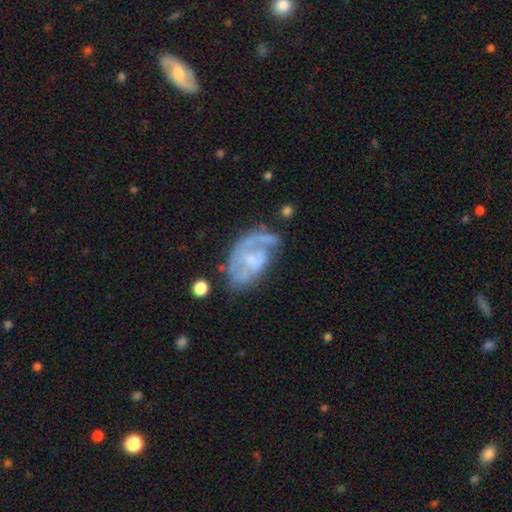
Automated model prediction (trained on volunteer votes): Smooth or featured? Predicted: featured or disk (p=0.75). Edge-on disk? Predicted: no (p=0.96). Bar? Predicted: no (p=0.56). Spiral arms? Predicted: yes (p=0.85). Spiral winding? Predicted: medium (p=0.41). Spiral arm count? Predicted: 2 (p=0.42). Bulge size? Predicted: small (p=0.48). Merging? Predicted: none (p=0.51).